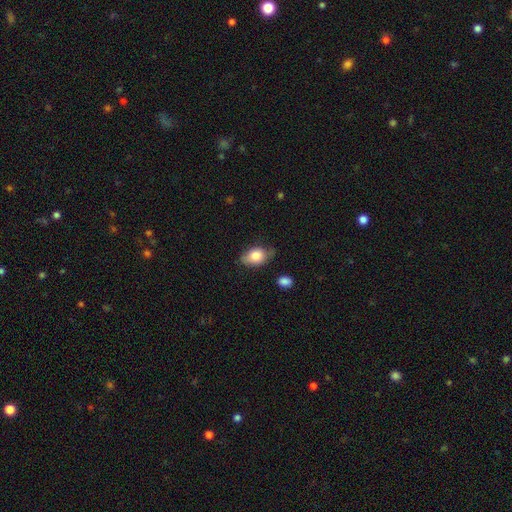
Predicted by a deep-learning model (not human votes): Morphology: type=smooth (78%); roundness=in between (85%); merging=none (59%).